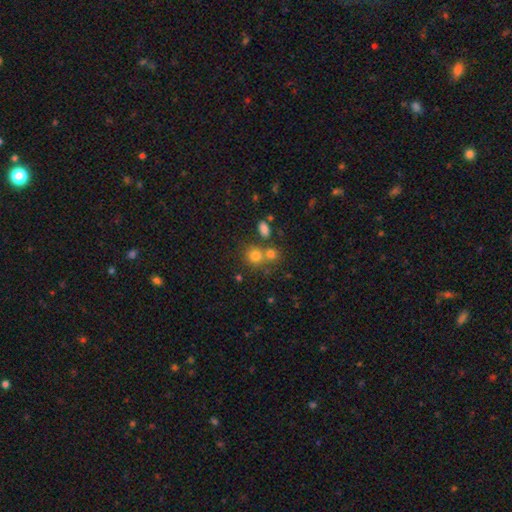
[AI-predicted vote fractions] A smooth galaxy with no disk features (75%) that is round (81%). Merging: none (58%).